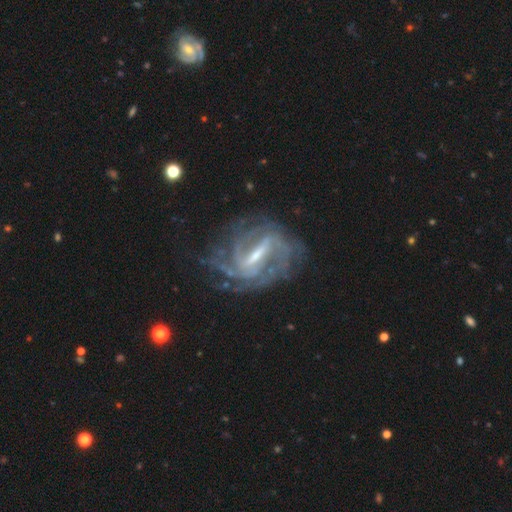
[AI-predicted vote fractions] Morphology: type=featured or disk (90%); edge-on=no (95%); bar=strong (70%); spiral arms=yes (95%); winding=tight (54%); arm count=can't tell (28%); bulge=small (49%); merging=none (66%).